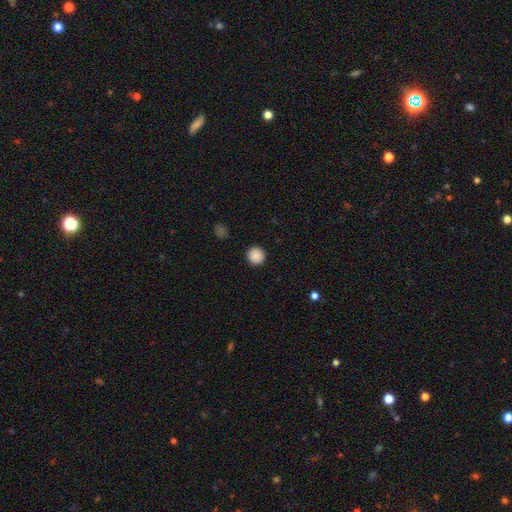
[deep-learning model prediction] The model was most divided on "smooth or featured": smooth: 89%, star or artifact: 9%, featured or disk: 2%. More confident: how rounded — round (96%); merging — none (93%).